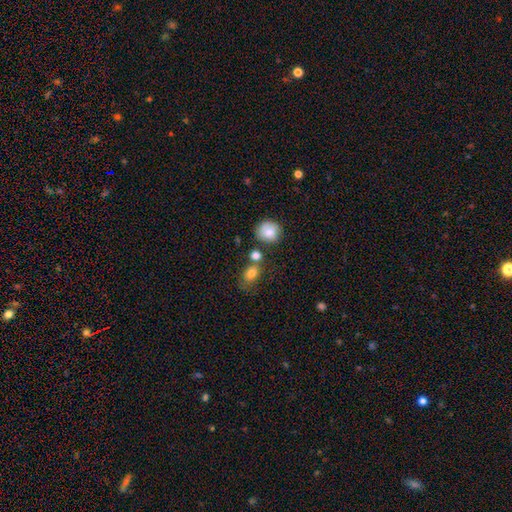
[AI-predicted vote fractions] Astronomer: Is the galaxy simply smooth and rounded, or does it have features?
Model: smooth — 80%.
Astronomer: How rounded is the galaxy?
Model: round — 57% (runner-up: in between, 41%).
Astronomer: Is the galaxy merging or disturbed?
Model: none — 60%.